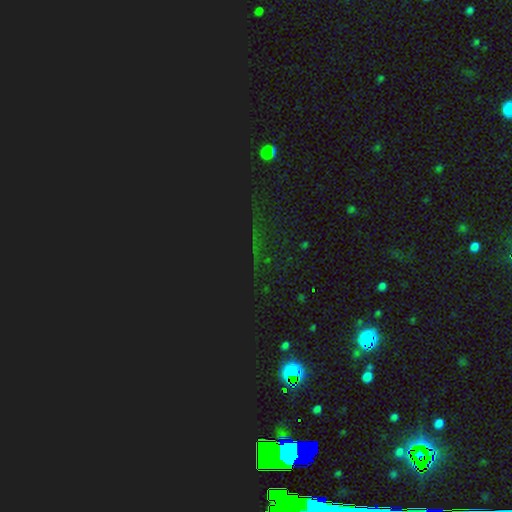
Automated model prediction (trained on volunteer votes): Smooth or featured?
  - star or artifact: 81% *
  - smooth: 12%
  - featured or disk: 8%